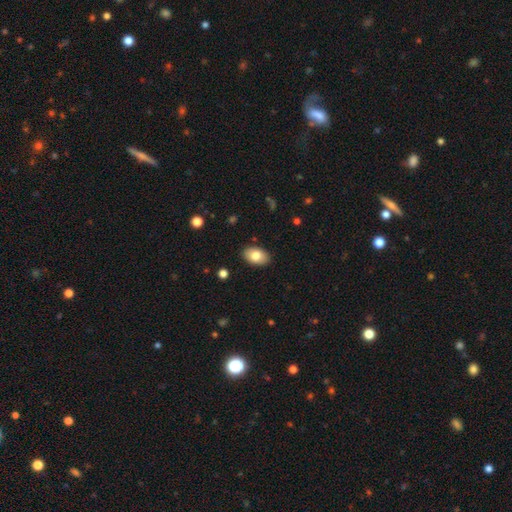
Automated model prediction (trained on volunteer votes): This is likely a smooth galaxy (79%). How rounded: clearly in between (91%). Merging: clearly none (88%).